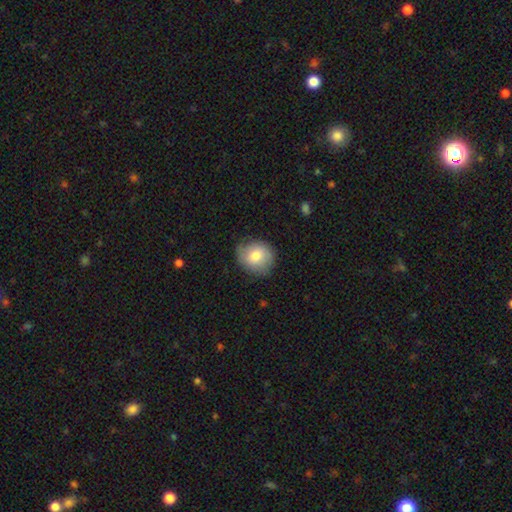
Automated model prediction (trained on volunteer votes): Smooth or featured? smooth (74%)
How rounded? round (75%)
Merging? none (75%)